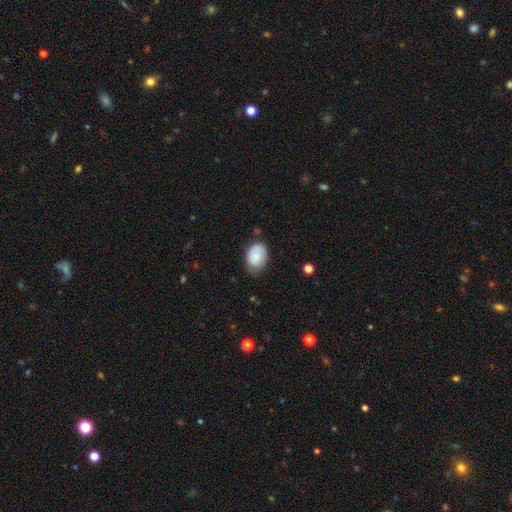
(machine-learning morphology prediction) Smooth or featured? Predicted: smooth (p=0.82). How rounded? Predicted: in between (p=0.78). Merging? Predicted: none (p=0.65).